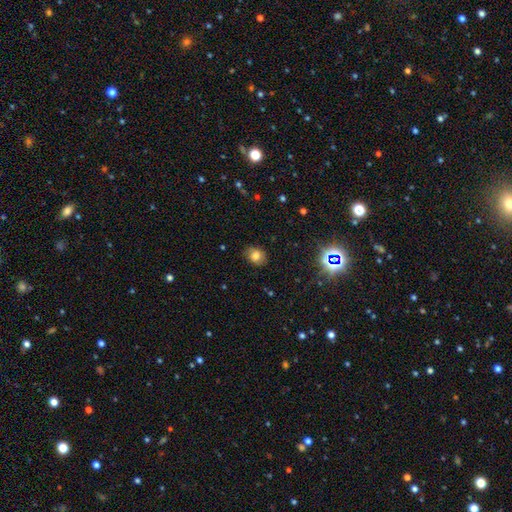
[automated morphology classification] This is likely a smooth galaxy (74%). How rounded: possibly in between (55%). Merging: clearly none (81%).